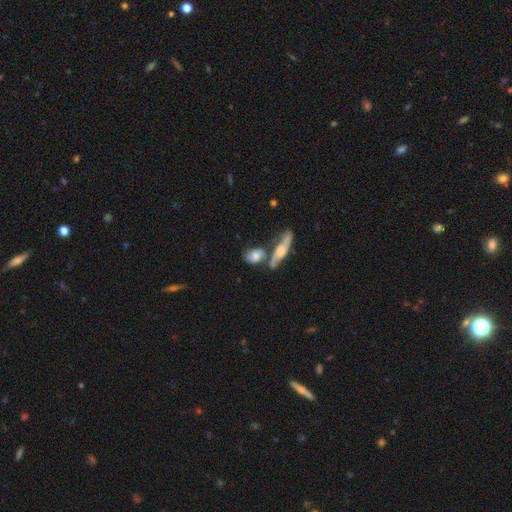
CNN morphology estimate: This appears to be a smooth galaxy with no disk features (57%) that is in between round and cigar-shaped (68%). Merging: merger (38%).